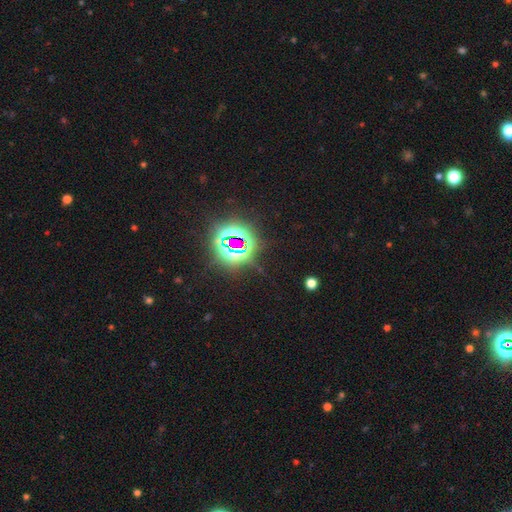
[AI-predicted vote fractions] Q: Smooth or featured?
A: star or artifact (84%); runner-up: smooth (10%)